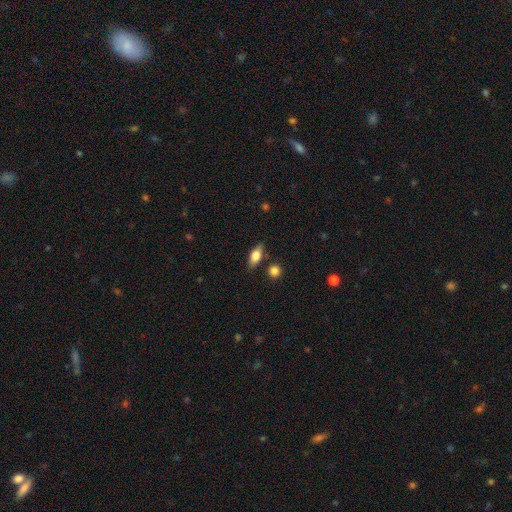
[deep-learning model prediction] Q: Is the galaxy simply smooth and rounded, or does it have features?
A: smooth — 70%.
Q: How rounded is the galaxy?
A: in between — 77%.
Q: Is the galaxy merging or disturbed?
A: none — 79%.